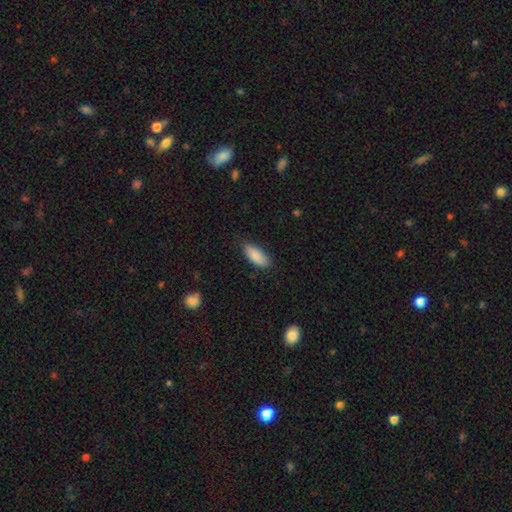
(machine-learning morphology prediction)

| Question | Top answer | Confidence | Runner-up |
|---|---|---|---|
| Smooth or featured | smooth | 88% | star or artifact (6%) |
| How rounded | in between | 83% | cigar-shaped (15%) |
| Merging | none | 81% | minor disturbance (16%) |